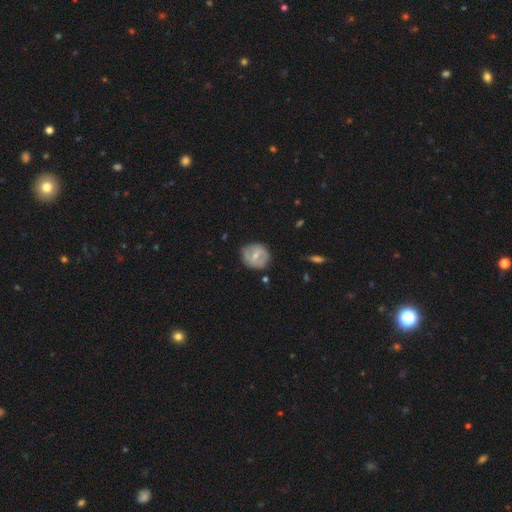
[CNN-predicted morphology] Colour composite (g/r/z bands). It shows a featured or disk galaxy (53%) with a weak bar (47%), no spiral arms (57%) and a moderate central bulge (54%). Merging: none (77%).